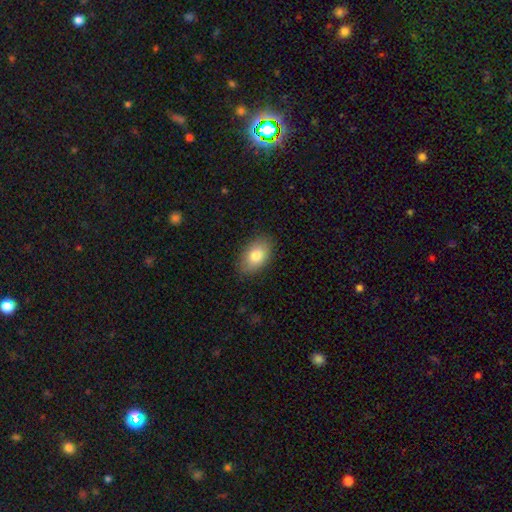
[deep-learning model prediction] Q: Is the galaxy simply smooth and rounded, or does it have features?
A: smooth — 80%.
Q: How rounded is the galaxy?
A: in between — 90%.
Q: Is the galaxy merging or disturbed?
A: none — 85%.